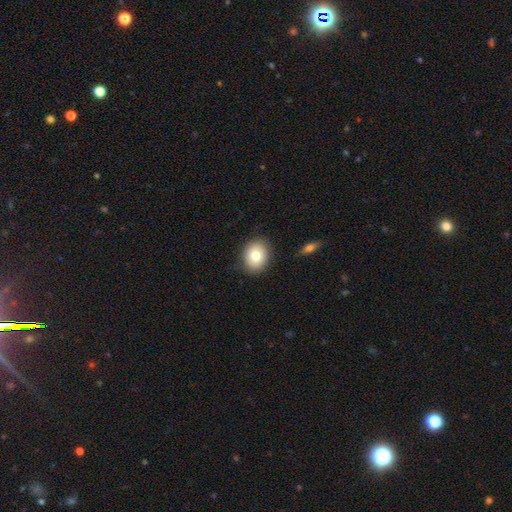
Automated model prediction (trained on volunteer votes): smooth_or_featured: smooth (p=0.78) [alt: featured or disk p=0.13]
how_rounded: round (p=0.53) [alt: in between p=0.46]
merging: none (p=0.87) [alt: minor disturbance p=0.09]